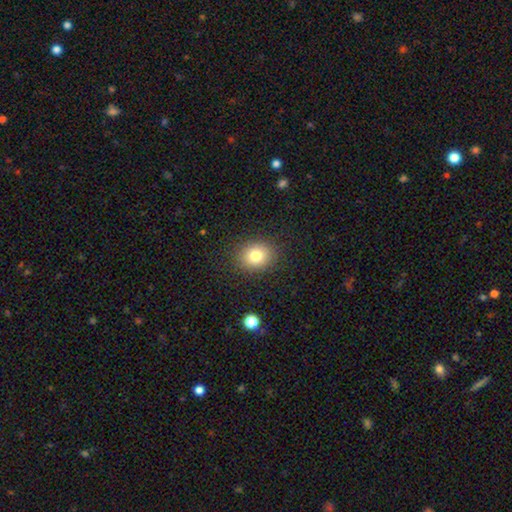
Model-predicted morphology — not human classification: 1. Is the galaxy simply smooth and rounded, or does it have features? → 78% smooth, 12% star or artifact, 10% featured or disk.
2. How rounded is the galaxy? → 67% round, 32% in between, 1% cigar-shaped.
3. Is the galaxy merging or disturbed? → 88% none, 8% minor disturbance, 3% major disturbance, 1% merger.